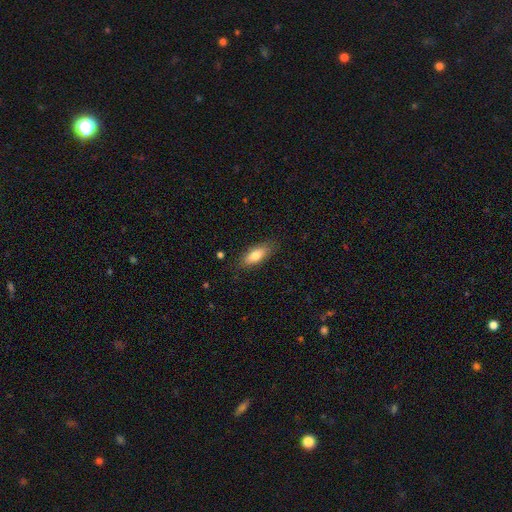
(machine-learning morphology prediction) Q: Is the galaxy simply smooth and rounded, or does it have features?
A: smooth — 76%.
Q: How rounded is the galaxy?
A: in between — 76%.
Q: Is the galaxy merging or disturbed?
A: none — 82%.